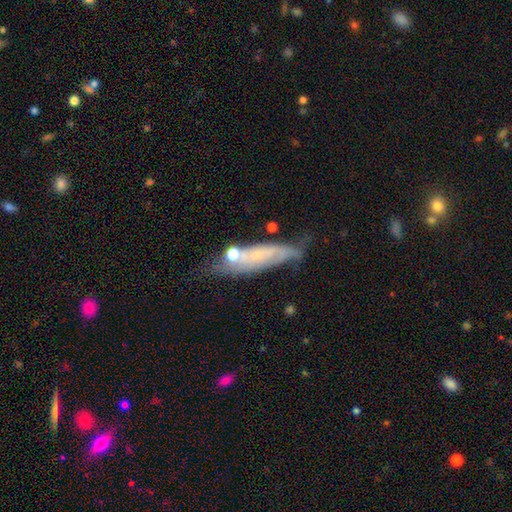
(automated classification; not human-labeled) Q: Smooth or featured?
A: featured or disk (56%); runner-up: smooth (35%)
Q: Edge-on disk?
A: no (61%); runner-up: yes (39%)
Q: Merging?
A: none (48%); runner-up: minor disturbance (28%)